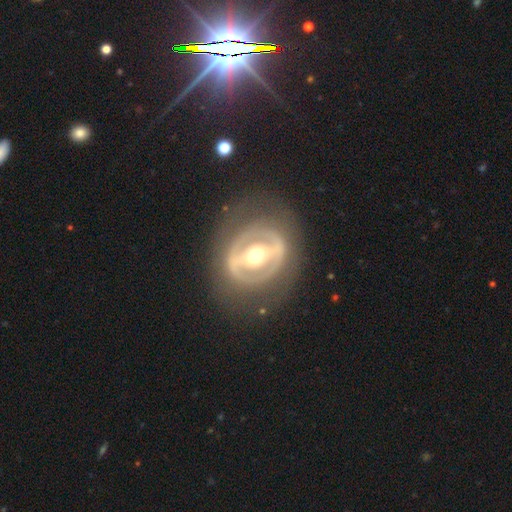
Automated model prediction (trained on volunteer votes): This appears to be a featured or disk galaxy (78%) with a strong bar (62%), no spiral arms (74%) and a moderate central bulge (71%). Merging: none (74%).